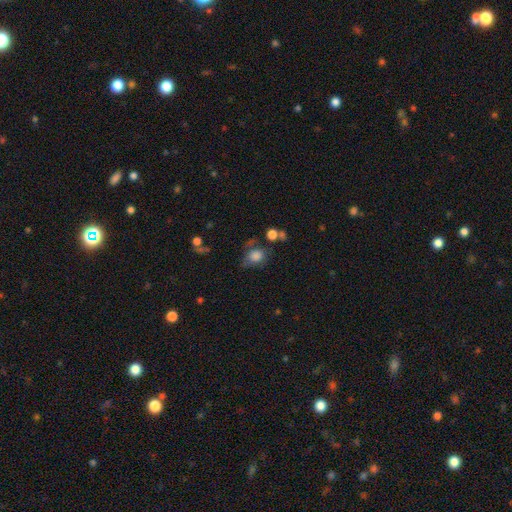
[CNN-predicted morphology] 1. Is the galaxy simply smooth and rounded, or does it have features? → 74% smooth, 15% featured or disk, 11% star or artifact.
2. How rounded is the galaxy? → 50% in between, 48% round, 1% cigar-shaped.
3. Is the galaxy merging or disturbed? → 43% none, 26% minor disturbance, 21% major disturbance, 10% merger.